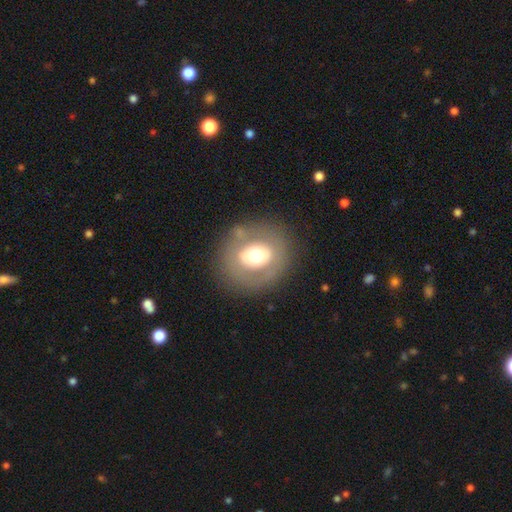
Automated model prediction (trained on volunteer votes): Q: Smooth or featured?
A: smooth (53%); runner-up: featured or disk (37%)
Q: How rounded?
A: round (76%); runner-up: in between (23%)
Q: Merging?
A: none (79%); runner-up: minor disturbance (11%)